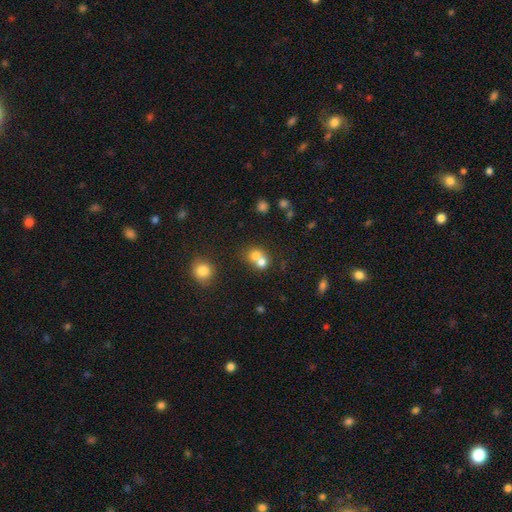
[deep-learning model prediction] Smooth or featured? smooth (73%)
How rounded? round (75%)
Merging? merger (63%)